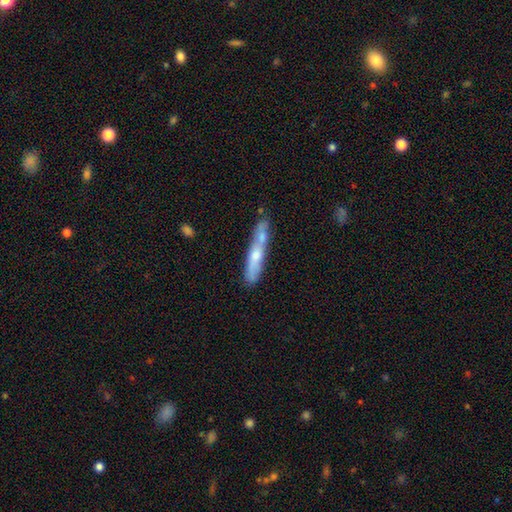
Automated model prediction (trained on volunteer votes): This is possibly a smooth galaxy (50%). How rounded: clearly cigar-shaped (89%). Merging: possibly none (52%).